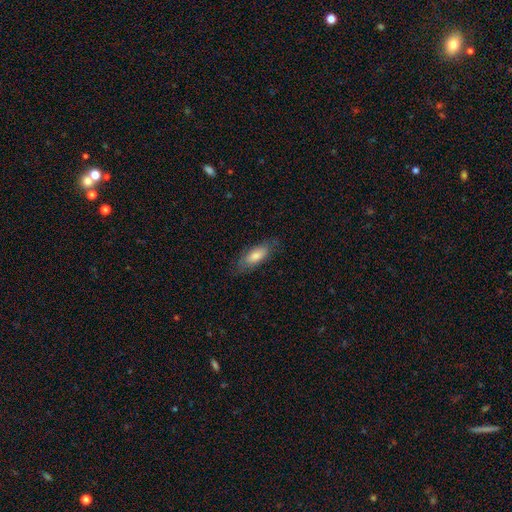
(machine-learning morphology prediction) Smooth or featured?
  - smooth: 73% *
  - featured or disk: 20%
  - star or artifact: 6%
How rounded?
  - in between: 70% *
  - cigar-shaped: 28%
  - round: 2%
Merging?
  - none: 77% *
  - minor disturbance: 17%
  - major disturbance: 5%
  - merger: 1%